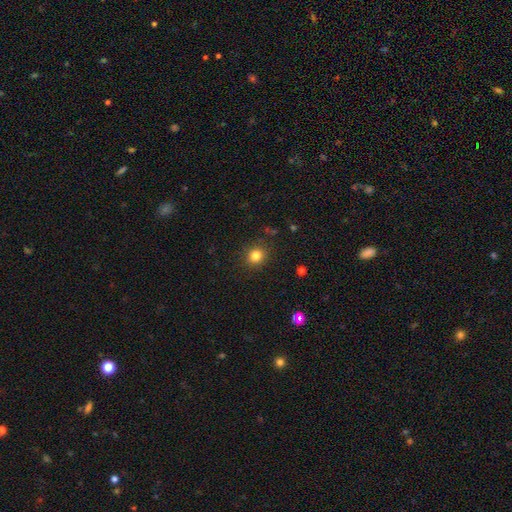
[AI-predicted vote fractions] smooth-or-featured: smooth: 83% | star or artifact: 12% | featured or disk: 5%
  how-rounded: round: 84% | in between: 15% | cigar-shaped: 1%
  merging: none: 89% | minor disturbance: 7% | major disturbance: 2% | merger: 1%